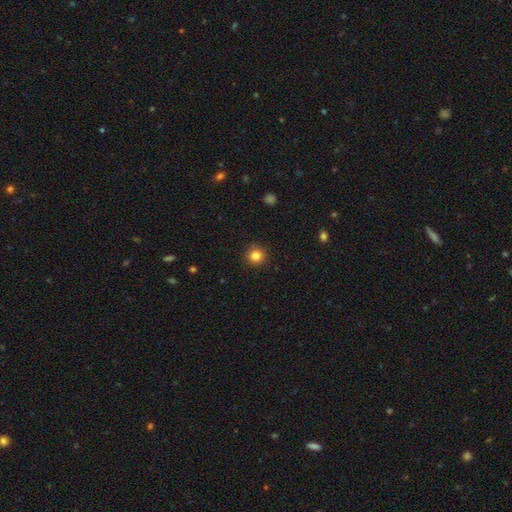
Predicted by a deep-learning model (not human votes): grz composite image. It shows a smooth galaxy with no disk features (83%) that is round (94%). Merging: none (91%).